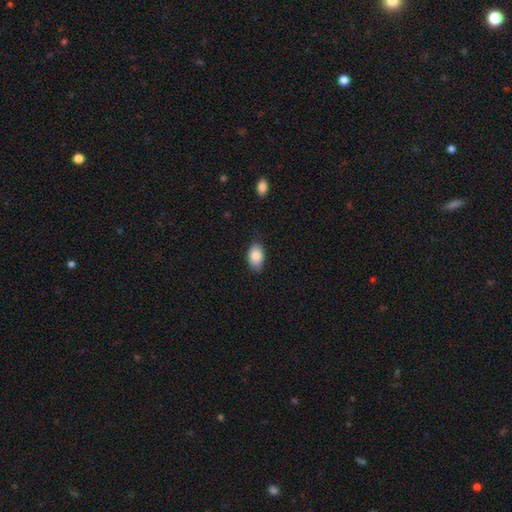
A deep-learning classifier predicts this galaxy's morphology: A smooth galaxy with no disk features (84%) that is in between round and cigar-shaped (90%).

Vote fractions:
- Smooth or featured? smooth: 84% / featured or disk: 9% / star or artifact: 7%
- How rounded? in between: 90% / round: 8% / cigar-shaped: 1%
- Merging? none: 79% / minor disturbance: 18% / major disturbance: 3% / merger: 1%